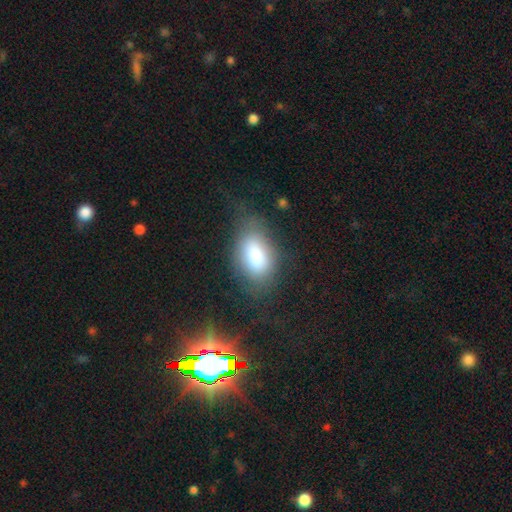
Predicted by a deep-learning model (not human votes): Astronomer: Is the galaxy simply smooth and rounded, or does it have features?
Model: smooth — 78%.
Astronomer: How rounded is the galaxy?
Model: in between — 87%.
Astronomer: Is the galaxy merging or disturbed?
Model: none — 57%.